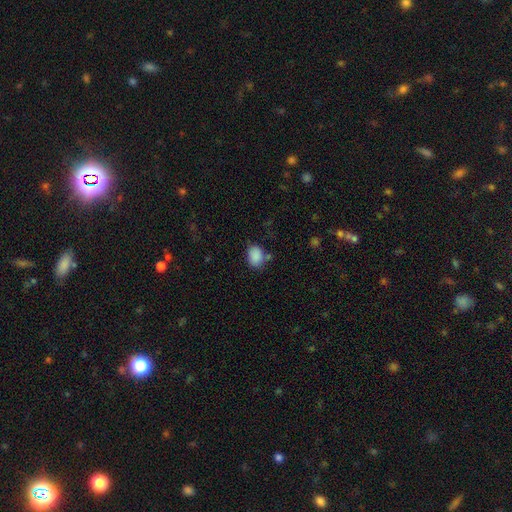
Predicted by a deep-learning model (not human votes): smooth 87%, star or artifact 9%, featured or disk 4%. Down the decision tree: how rounded — in between (68%); merging — none (67%).